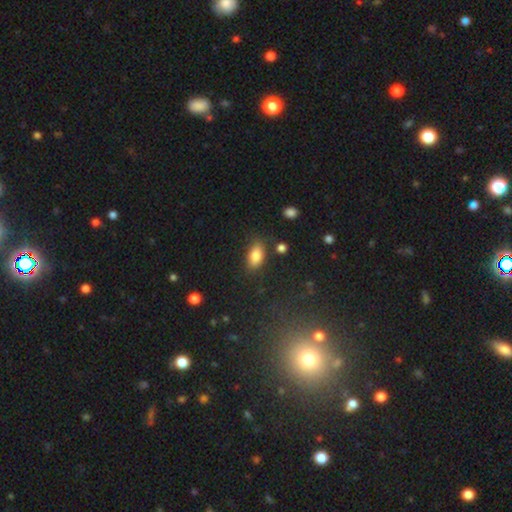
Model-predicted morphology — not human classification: smooth_or_featured: smooth (p=0.84) [alt: star or artifact p=0.08]
how_rounded: in between (p=0.89) [alt: cigar-shaped p=0.06]
merging: none (p=0.77) [alt: minor disturbance p=0.16]